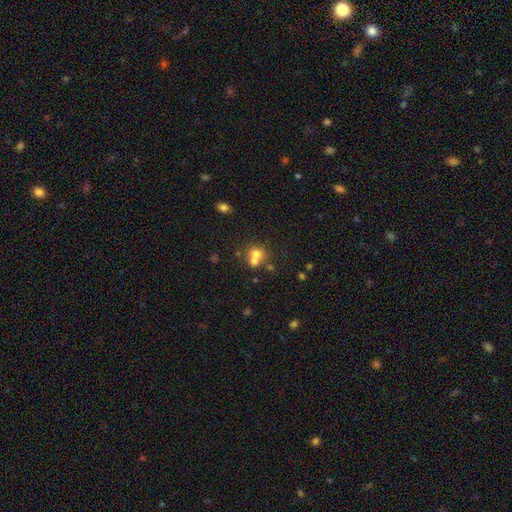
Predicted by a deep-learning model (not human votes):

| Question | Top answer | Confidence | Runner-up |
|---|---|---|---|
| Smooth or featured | smooth | 68% | featured or disk (18%) |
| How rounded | round | 76% | in between (23%) |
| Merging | merger | 55% | none (34%) |